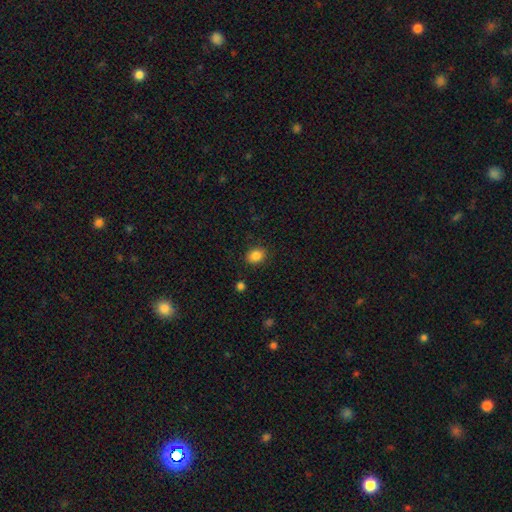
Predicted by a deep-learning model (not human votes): Morphology: type=smooth (86%); roundness=in between (56%); merging=none (87%).